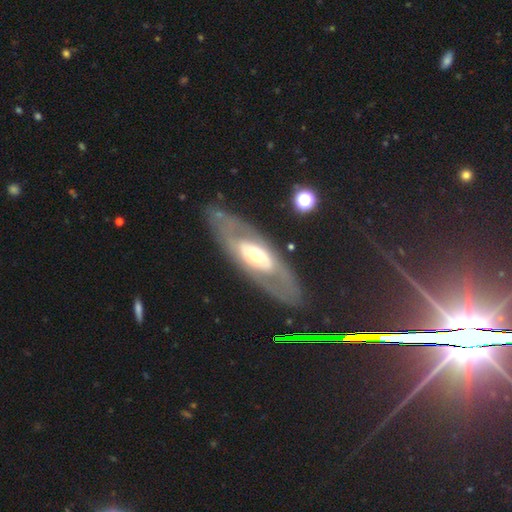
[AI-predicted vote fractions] featured or disk 69%, smooth 25%, star or artifact 6%. Down the decision tree: edge-on disk — no (81%); bar — no (74%); spiral arms — no (72%); bulge size — moderate (58%); merging — none (80%).